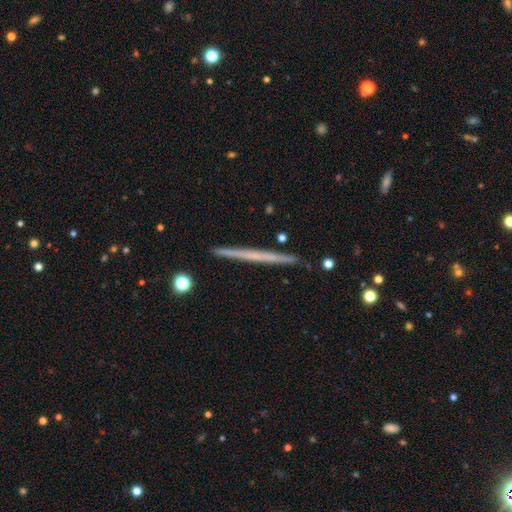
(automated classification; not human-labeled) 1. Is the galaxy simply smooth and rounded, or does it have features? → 55% featured or disk, 39% smooth, 6% star or artifact.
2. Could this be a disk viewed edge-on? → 98% yes, 2% no.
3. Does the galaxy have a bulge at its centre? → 90% none, 7% rounded, 3% boxy.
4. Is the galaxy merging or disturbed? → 92% none, 6% minor disturbance, 1% merger, 1% major disturbance.